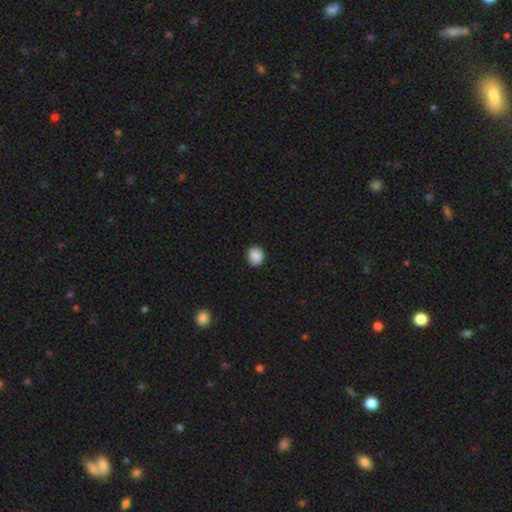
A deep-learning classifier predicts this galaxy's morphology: Smooth or featured?
  - smooth: 89% *
  - star or artifact: 9%
  - featured or disk: 3%
How rounded?
  - round: 81% *
  - in between: 18%
  - cigar-shaped: 1%
Merging?
  - none: 91% *
  - minor disturbance: 7%
  - major disturbance: 2%
  - merger: 1%